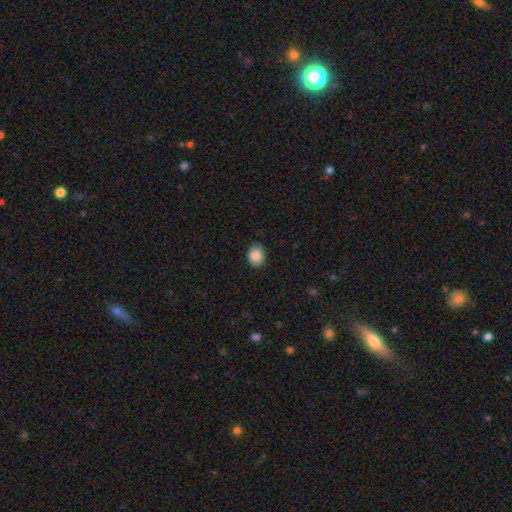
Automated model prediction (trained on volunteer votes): smooth-or-featured: smooth: 88% | star or artifact: 8% | featured or disk: 4%
  how-rounded: round: 58% | in between: 41% | cigar-shaped: 1%
  merging: none: 82% | minor disturbance: 14% | major disturbance: 3% | merger: 1%